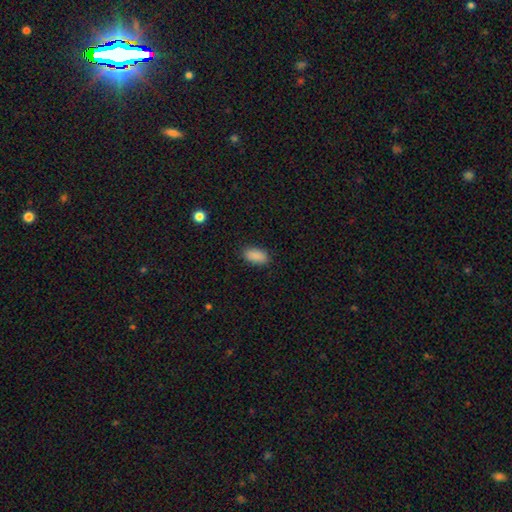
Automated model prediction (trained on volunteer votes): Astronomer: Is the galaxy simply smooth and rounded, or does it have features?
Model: smooth — 89%.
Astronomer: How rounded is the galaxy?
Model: in between — 91%.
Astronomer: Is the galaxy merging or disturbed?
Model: none — 87%.